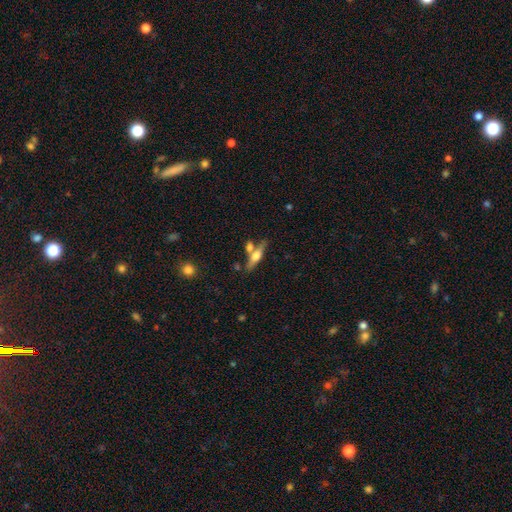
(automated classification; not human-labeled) Morphology: type=featured or disk (55%); edge-on=yes (92%); edge-on bulge=rounded (91%); merging=none (62%).